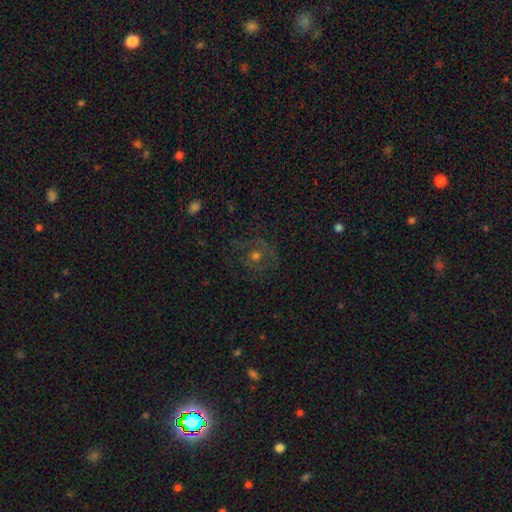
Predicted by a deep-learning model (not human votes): Smooth or featured? Predicted: featured or disk (p=0.45). Merging? Predicted: none (p=0.72).